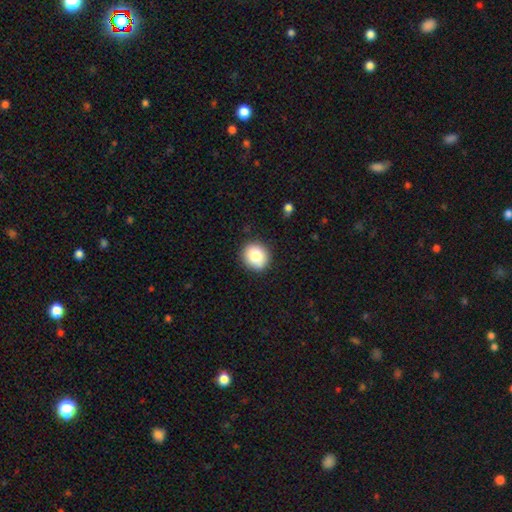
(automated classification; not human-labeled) Q: Smooth or featured?
A: smooth (82%); runner-up: featured or disk (9%)
Q: How rounded?
A: round (79%); runner-up: in between (20%)
Q: Merging?
A: none (89%); runner-up: minor disturbance (8%)